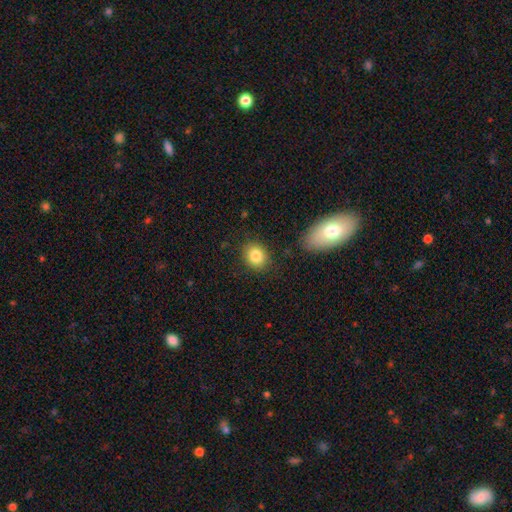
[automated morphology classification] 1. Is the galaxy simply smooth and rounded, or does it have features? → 84% smooth, 9% star or artifact, 6% featured or disk.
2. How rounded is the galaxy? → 67% round, 32% in between, 1% cigar-shaped.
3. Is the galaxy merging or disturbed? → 85% none, 9% minor disturbance, 3% major disturbance, 2% merger.